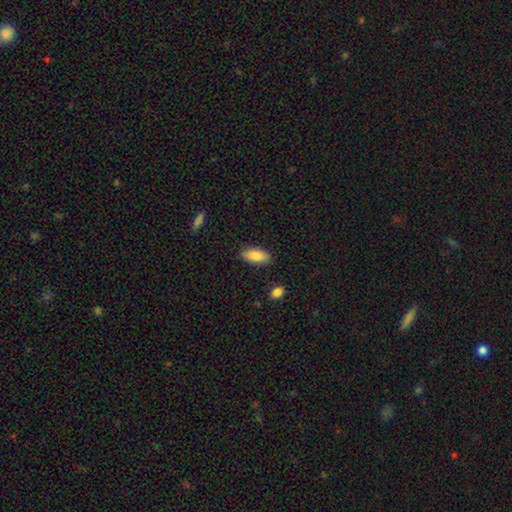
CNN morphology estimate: type=smooth (86%); roundness=in between (85%); merging=none (84%).